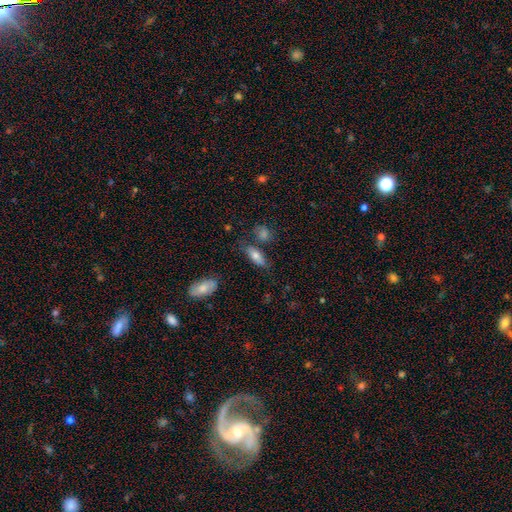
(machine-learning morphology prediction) type=smooth (73%); roundness=in between (73%); merging=none (69%).